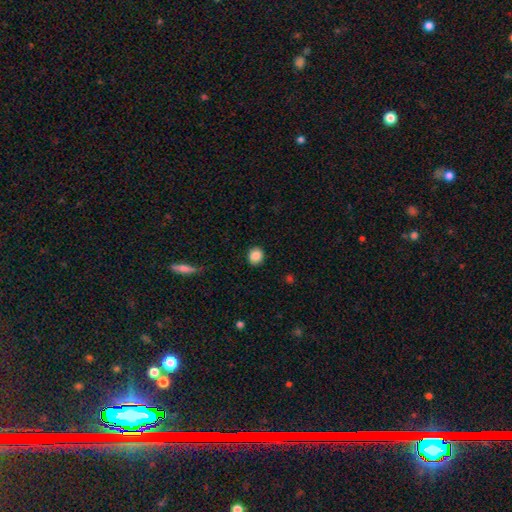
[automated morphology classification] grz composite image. It shows a smooth galaxy with no disk features (87%) that is round (81%). Merging: none (90%).